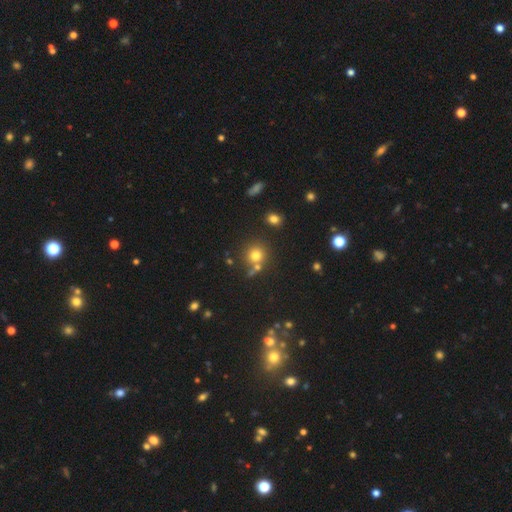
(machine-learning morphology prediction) A smooth galaxy with no disk features (73%) that is round (89%). Merging: none (67%).